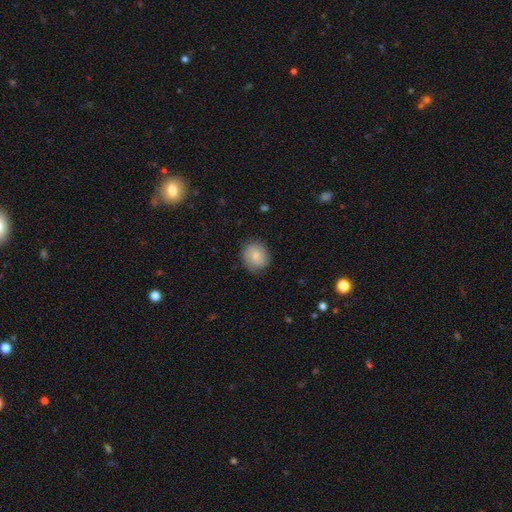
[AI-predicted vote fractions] A smooth galaxy with no disk features (79%) that is round (73%). Merging: none (81%).